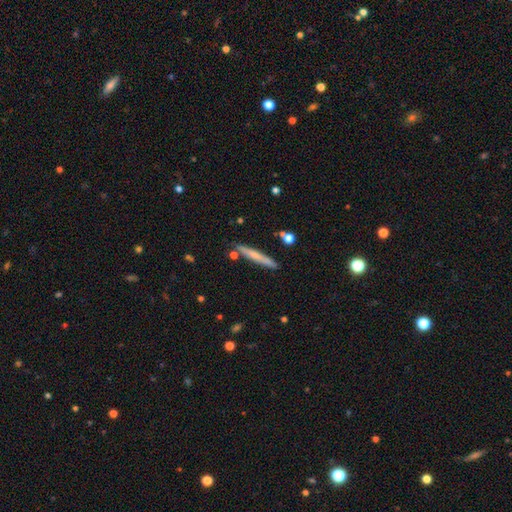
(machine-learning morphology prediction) Overall: smooth (54%; featured or disk 39%). How rounded: cigar-shaped (95%). Merging: none (85%).